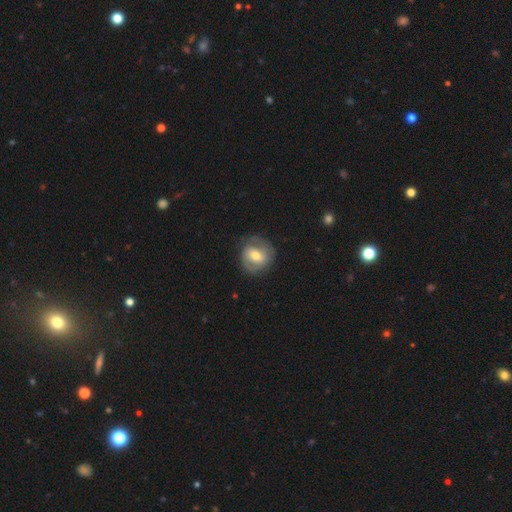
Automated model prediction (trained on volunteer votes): Smooth or featured?
  - featured or disk: 52% *
  - smooth: 41%
  - star or artifact: 7%
Edge-on disk?
  - no: 96% *
  - yes: 4%
Bar?
  - weak: 45% *
  - no: 34%
  - strong: 21%
Spiral arms?
  - yes: 72% *
  - no: 28%
Bulge size?
  - moderate: 67% *
  - small: 24%
  - large: 7%
  - none: 1%
  - dominant: 1%
Merging?
  - none: 73% *
  - minor disturbance: 18%
  - major disturbance: 8%
  - merger: 1%